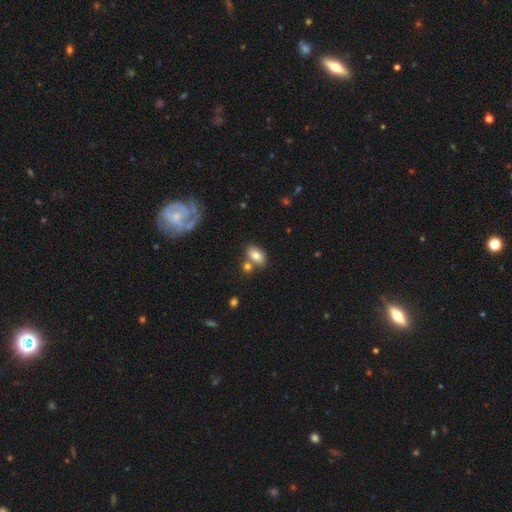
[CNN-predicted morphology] smooth_or_featured: smooth (p=0.78) [alt: featured or disk p=0.14]
how_rounded: in between (p=0.86) [alt: round p=0.12]
merging: none (p=0.61) [alt: merger p=0.22]